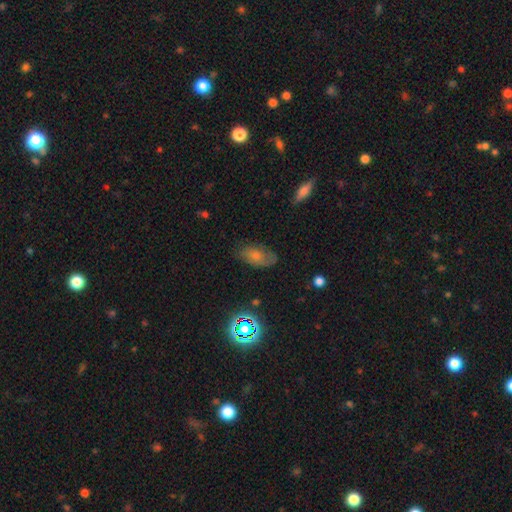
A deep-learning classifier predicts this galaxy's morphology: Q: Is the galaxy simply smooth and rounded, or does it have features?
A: smooth — 45%.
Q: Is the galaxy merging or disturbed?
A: none — 69%.